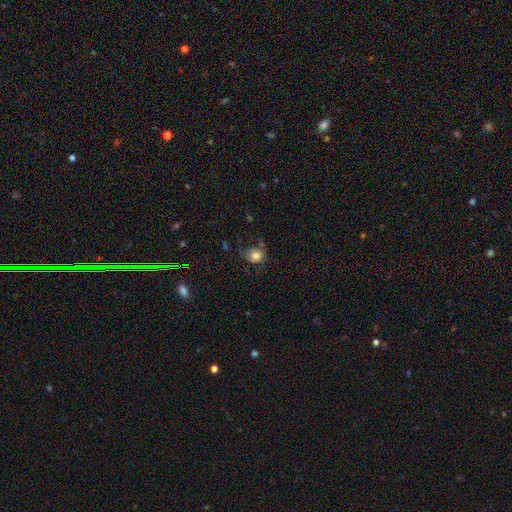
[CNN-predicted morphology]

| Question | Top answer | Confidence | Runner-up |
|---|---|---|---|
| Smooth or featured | smooth | 77% | featured or disk (13%) |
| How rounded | round | 69% | in between (30%) |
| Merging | none | 49% | minor disturbance (29%) |